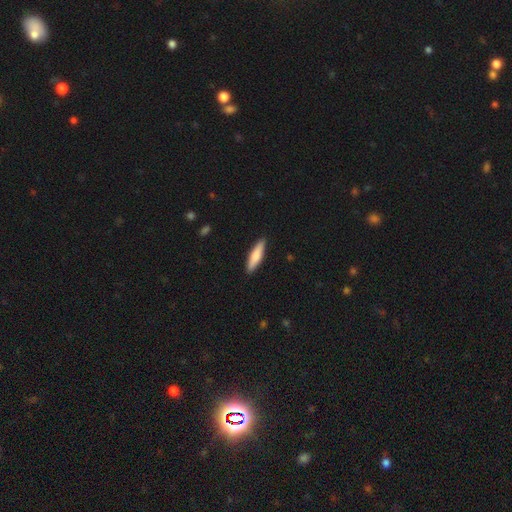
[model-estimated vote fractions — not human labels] Smooth or featured? Predicted: smooth (p=0.72). How rounded? Predicted: cigar-shaped (p=0.73). Merging? Predicted: none (p=0.90).